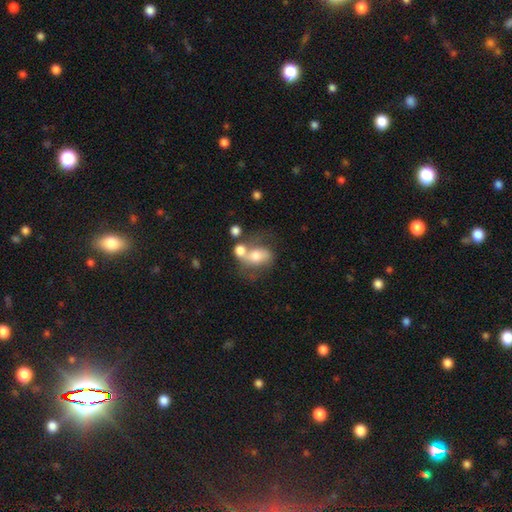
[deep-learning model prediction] This appears to be a smooth galaxy with no disk features (53%) that is in between round and cigar-shaped (65%). Merging: merger (41%).